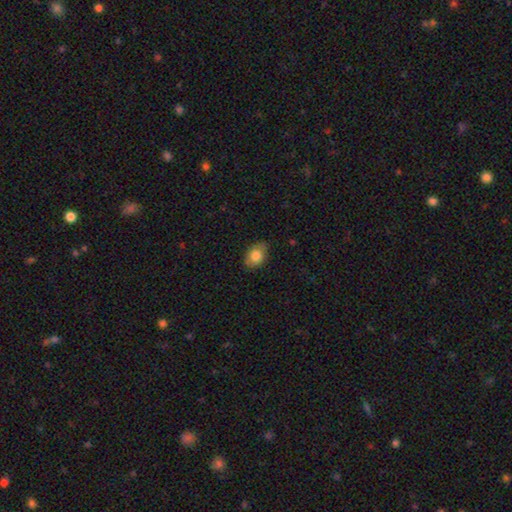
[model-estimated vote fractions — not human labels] A smooth galaxy with no disk features (82%) that is in between round and cigar-shaped (76%).

Vote fractions:
- Smooth or featured? smooth: 82% / featured or disk: 11% / star or artifact: 8%
- How rounded? in between: 76% / round: 23% / cigar-shaped: 1%
- Merging? none: 74% / minor disturbance: 21% / major disturbance: 4% / merger: 1%